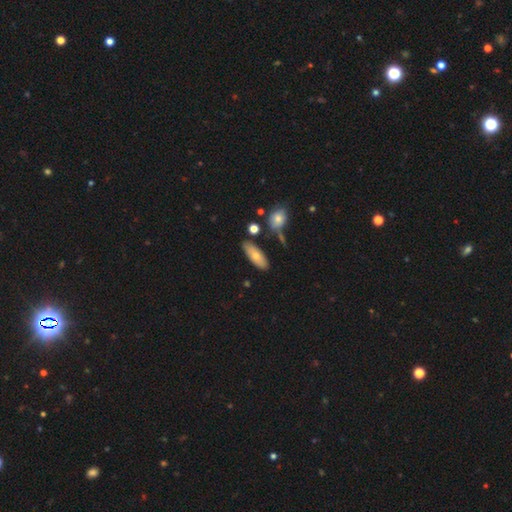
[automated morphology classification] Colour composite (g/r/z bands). It shows a smooth galaxy with no disk features (72%) that is in between round and cigar-shaped (70%). Merging: none (76%).